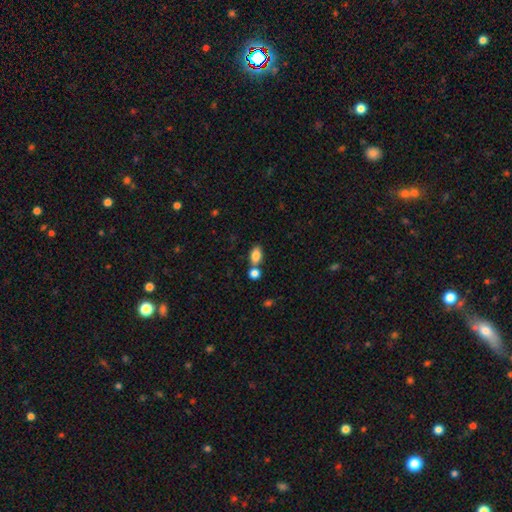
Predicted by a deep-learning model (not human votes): Smooth or featured? smooth (85%)
How rounded? in between (89%)
Merging? none (57%)